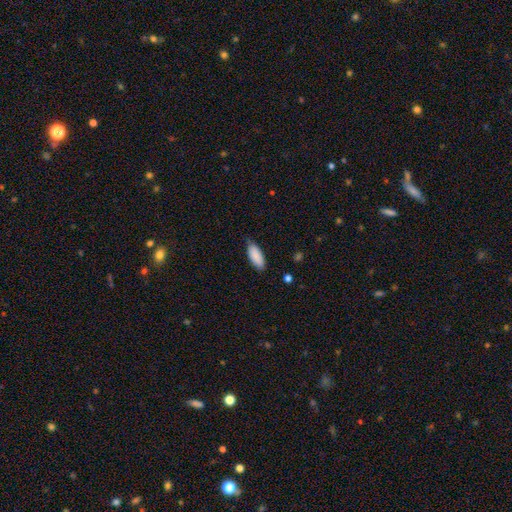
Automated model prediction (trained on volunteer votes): Morphology: type=smooth (89%); roundness=in between (83%); merging=none (75%).